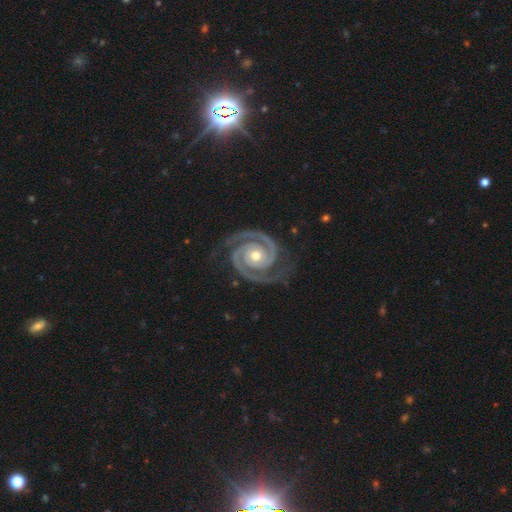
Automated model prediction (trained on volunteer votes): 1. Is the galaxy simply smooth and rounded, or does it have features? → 95% featured or disk, 4% star or artifact, 2% smooth.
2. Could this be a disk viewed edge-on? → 98% no, 2% yes.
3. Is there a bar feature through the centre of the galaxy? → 73% no, 16% weak, 11% strong.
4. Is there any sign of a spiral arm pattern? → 99% yes, 1% no.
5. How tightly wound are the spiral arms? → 73% tight, 24% medium, 3% loose.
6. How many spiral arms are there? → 94% 2, 2% 3, 1% can't tell, 1% 1, 1% 4, 1% more than 4.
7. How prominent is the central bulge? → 60% moderate, 36% small, 2% large, 1% none, 1% dominant.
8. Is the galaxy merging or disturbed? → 84% none, 12% minor disturbance, 3% major disturbance, 1% merger.